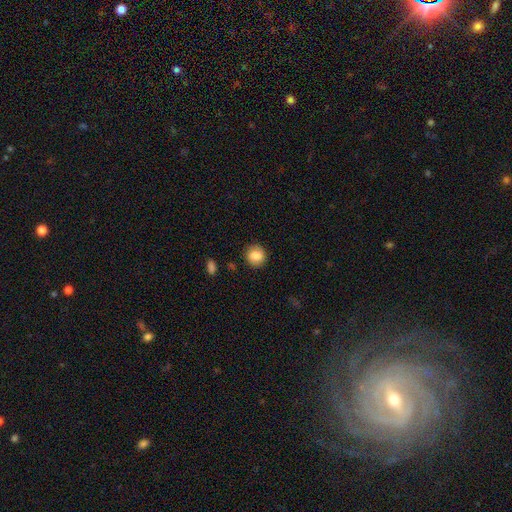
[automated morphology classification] This is clearly a smooth galaxy (84%). How rounded: clearly round (86%). Merging: clearly none (87%).